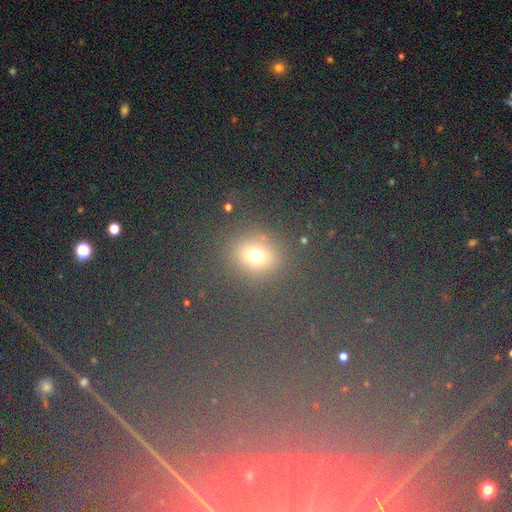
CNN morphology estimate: Smooth or featured? Predicted: smooth (p=0.64). How rounded? Predicted: round (p=0.63). Merging? Predicted: none (p=0.81).